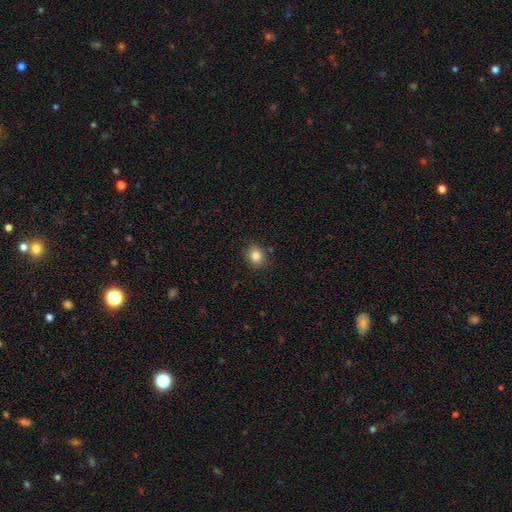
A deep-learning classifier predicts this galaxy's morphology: Overall: smooth (83%). How rounded: round (66%; in between 34%). Merging: none (87%).